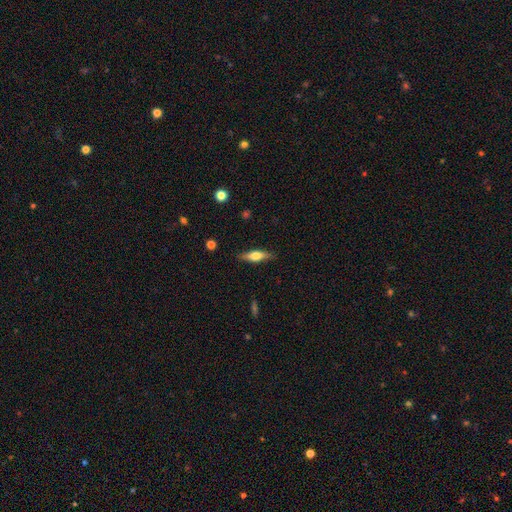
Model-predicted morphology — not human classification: type=smooth (49%); merging=none (85%).